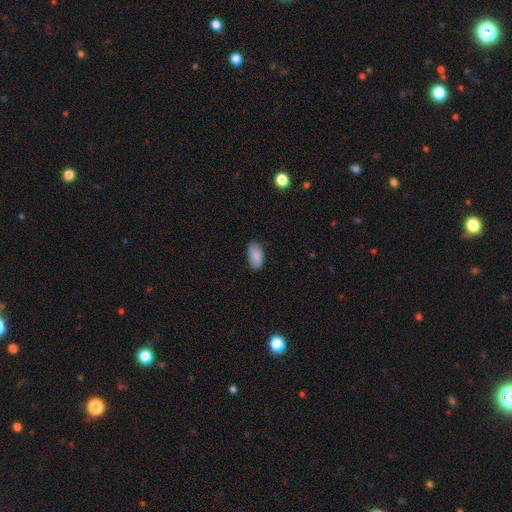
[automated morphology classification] A smooth galaxy with no disk features (89%) that is in between round and cigar-shaped (94%). Merging: none (85%).